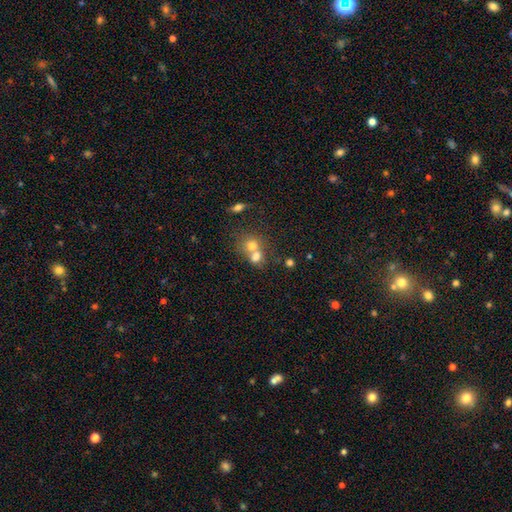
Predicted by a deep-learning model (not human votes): smooth-or-featured: smooth: 71% | featured or disk: 17% | star or artifact: 12%
  how-rounded: round: 66% | in between: 33% | cigar-shaped: 1%
  merging: merger: 64% | none: 27% | minor disturbance: 6% | major disturbance: 3%